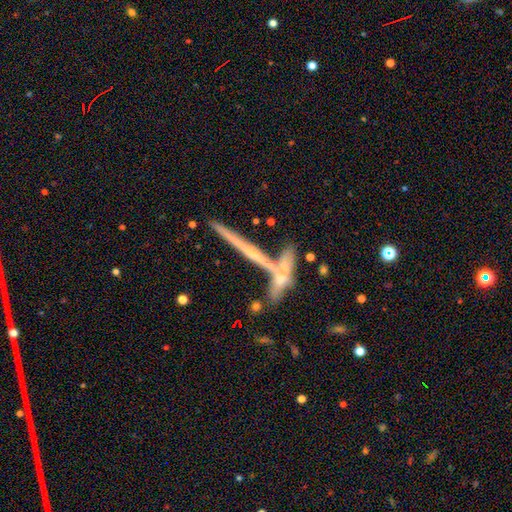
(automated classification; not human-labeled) featured or disk 63%, smooth 23%, star or artifact 14%. Down the decision tree: edge-on disk — yes (91%); edge-on bulge — none (50%); merging — none (58%).